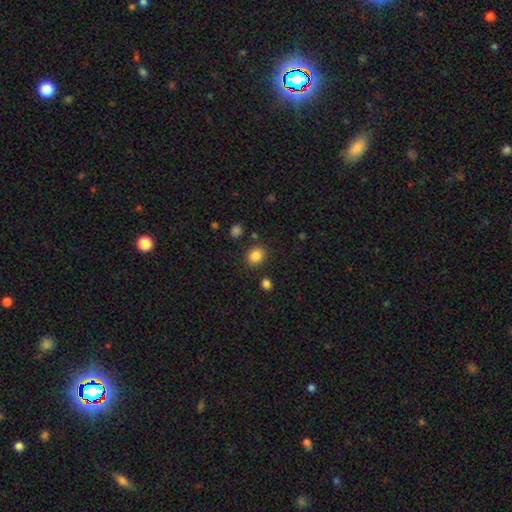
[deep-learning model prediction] smooth 85%, star or artifact 10%, featured or disk 5%. Down the decision tree: how rounded — round (62%); merging — none (84%).